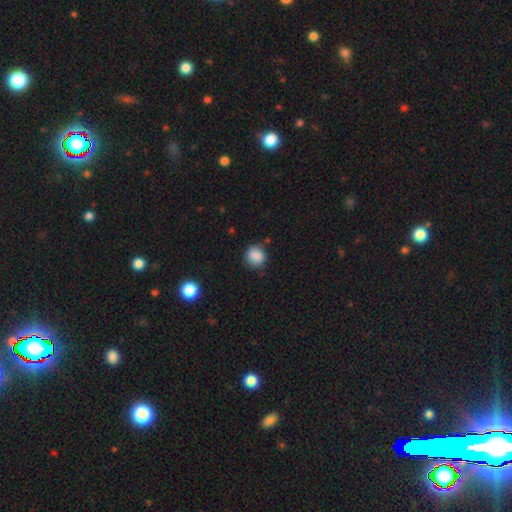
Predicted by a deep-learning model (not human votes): Q: Smooth or featured?
A: smooth (86%); runner-up: star or artifact (9%)
Q: How rounded?
A: round (80%); runner-up: in between (19%)
Q: Merging?
A: none (78%); runner-up: minor disturbance (16%)